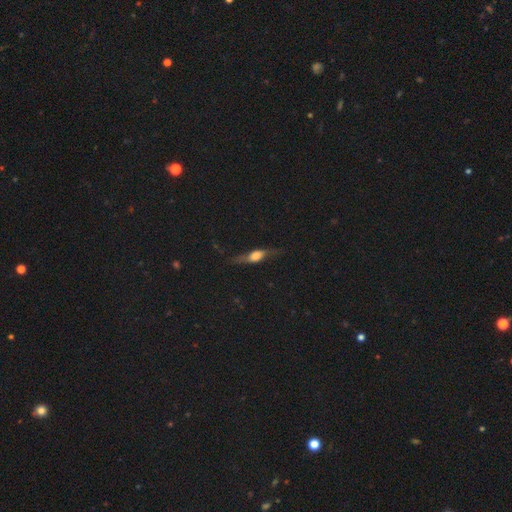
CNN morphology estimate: A featured or disk galaxy (56%) viewed edge-on (86%).

Vote fractions:
- Smooth or featured? featured or disk: 56% / smooth: 34% / star or artifact: 10%
- Edge-on disk? yes: 86% / no: 14%
- Merging? none: 71% / minor disturbance: 18% / major disturbance: 9% / merger: 2%